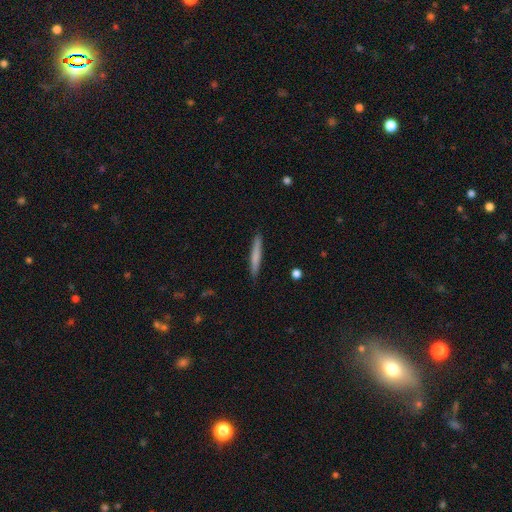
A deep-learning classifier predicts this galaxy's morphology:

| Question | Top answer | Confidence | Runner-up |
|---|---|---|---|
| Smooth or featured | smooth | 72% | featured or disk (23%) |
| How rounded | cigar-shaped | 95% | in between (4%) |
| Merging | none | 89% | minor disturbance (8%) |